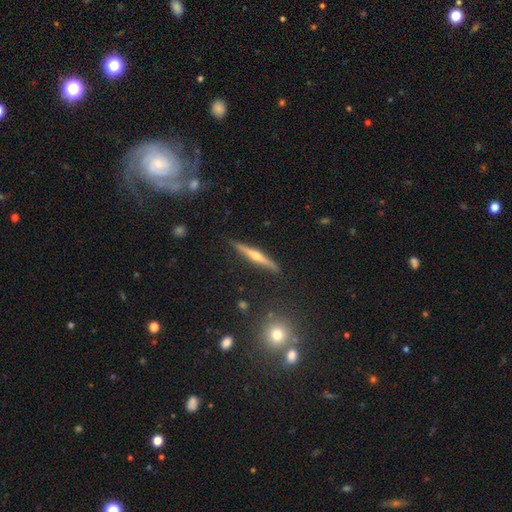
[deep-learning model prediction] Smooth or featured? Predicted: featured or disk (p=0.72). Edge-on disk? Predicted: yes (p=0.98). Edge-on bulge? Predicted: rounded (p=0.87). Merging? Predicted: none (p=0.89).